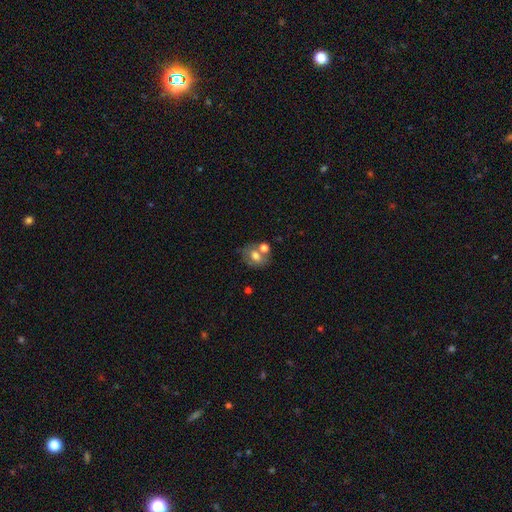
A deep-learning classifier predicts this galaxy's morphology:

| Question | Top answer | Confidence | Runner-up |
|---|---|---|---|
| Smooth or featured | smooth | 64% | featured or disk (26%) |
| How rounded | in between | 54% | round (45%) |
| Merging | none | 47% | merger (34%) |